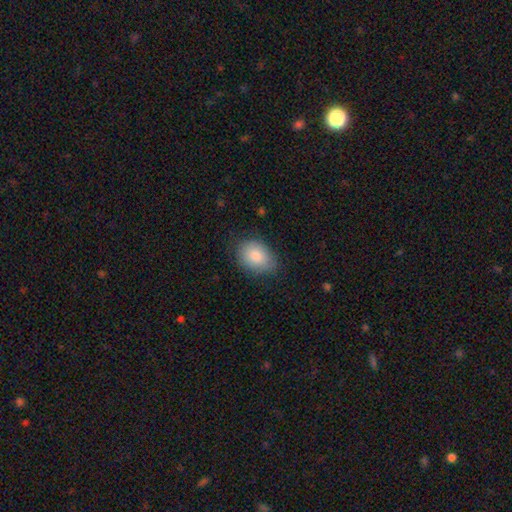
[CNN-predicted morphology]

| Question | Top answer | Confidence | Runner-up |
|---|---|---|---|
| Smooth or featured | smooth | 85% | featured or disk (8%) |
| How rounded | in between | 75% | round (24%) |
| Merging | none | 75% | minor disturbance (20%) |